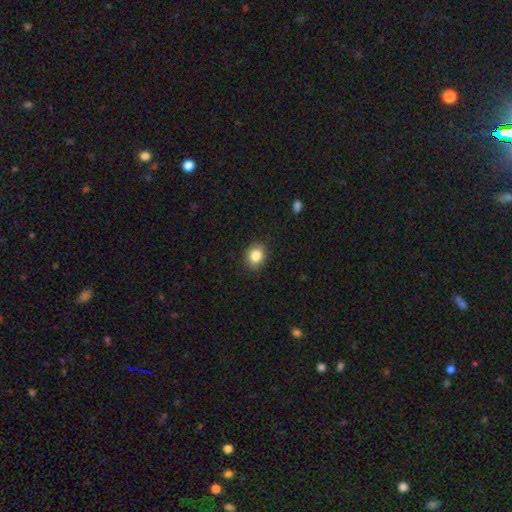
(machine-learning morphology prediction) Smooth or featured? Predicted: smooth (p=0.84). How rounded? Predicted: round (p=0.62). Merging? Predicted: none (p=0.87).